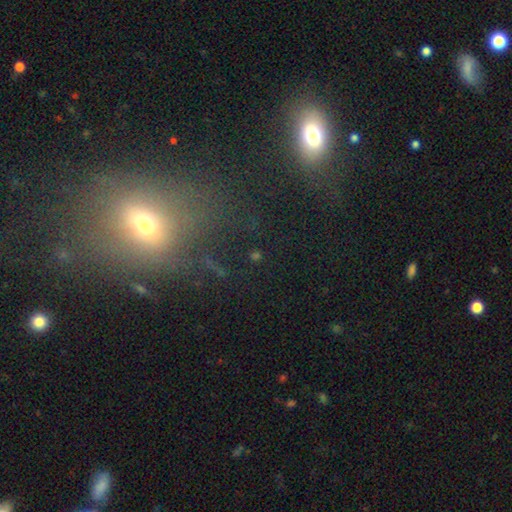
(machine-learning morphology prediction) Q: Smooth or featured?
A: star or artifact (54%); runner-up: smooth (33%)